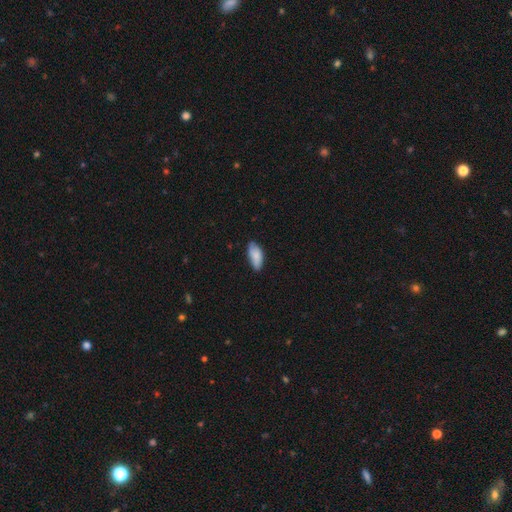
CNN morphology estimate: Smooth or featured: smooth — 83% (featured or disk — 11%)
How rounded: in between — 89% (cigar-shaped — 9%)
Merging: none — 70% (minor disturbance — 25%)